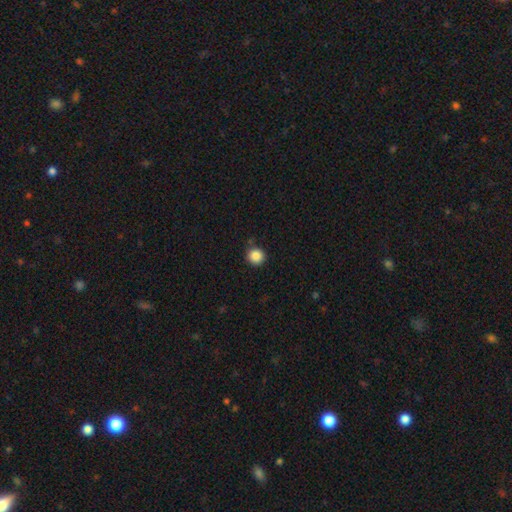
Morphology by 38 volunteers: This appears to be a smooth galaxy with no disk features (92%) that is round (97%). Merging: none (81%).